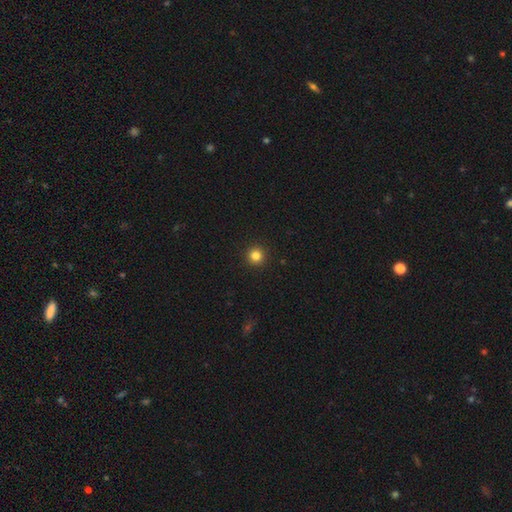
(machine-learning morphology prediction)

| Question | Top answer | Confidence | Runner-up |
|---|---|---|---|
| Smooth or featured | smooth | 83% | star or artifact (13%) |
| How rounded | round | 96% | in between (3%) |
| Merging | none | 93% | minor disturbance (4%) |